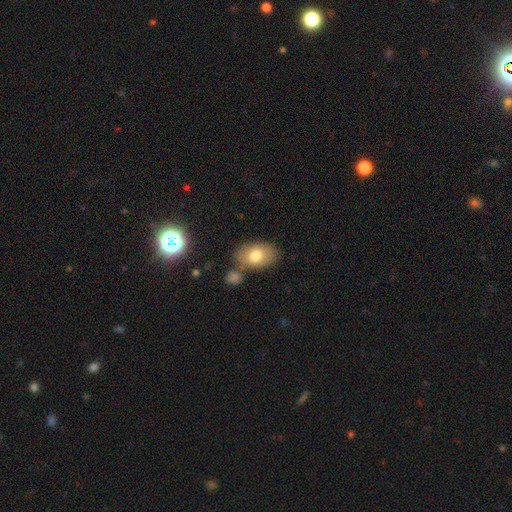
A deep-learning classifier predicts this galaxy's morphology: smooth 75%, featured or disk 17%, star or artifact 8%. Down the decision tree: how rounded — in between (88%); merging — none (71%).